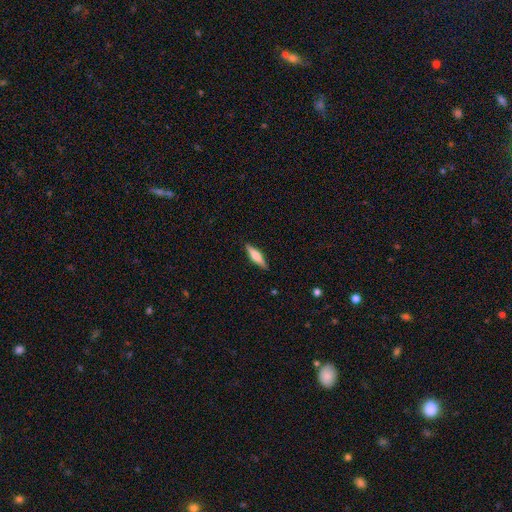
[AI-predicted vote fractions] smooth_or_featured: smooth (p=0.61) [alt: featured or disk p=0.33]
how_rounded: cigar-shaped (p=0.73) [alt: in between p=0.25]
merging: none (p=0.87) [alt: minor disturbance p=0.10]